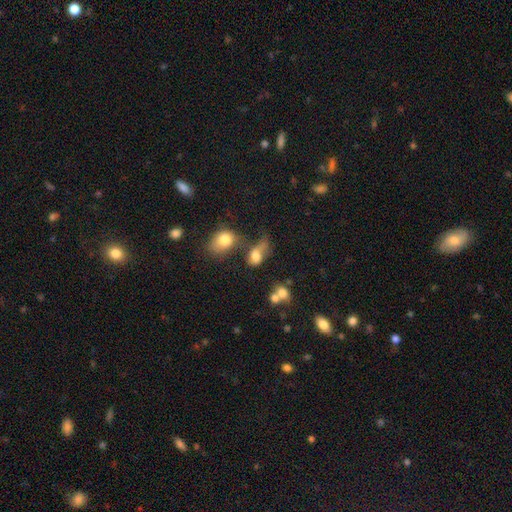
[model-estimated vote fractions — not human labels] smooth_or_featured: smooth (p=0.71) [alt: featured or disk p=0.17]
how_rounded: in between (p=0.69) [alt: round p=0.28]
merging: merger (p=0.36) [alt: major disturbance p=0.24]